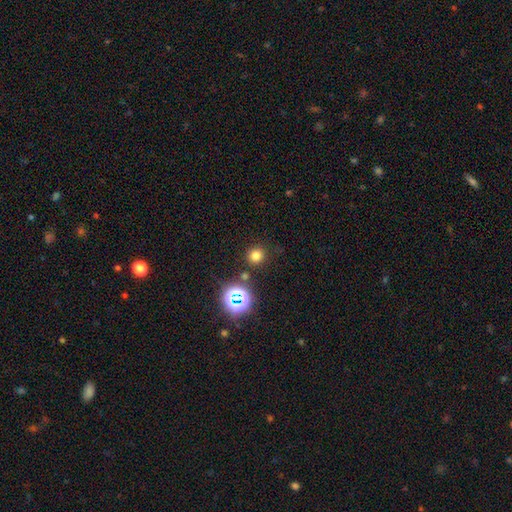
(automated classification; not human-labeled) smooth-or-featured: smooth: 73% | star or artifact: 21% | featured or disk: 6%
  how-rounded: round: 90% | in between: 9% | cigar-shaped: 1%
  merging: none: 85% | minor disturbance: 7% | merger: 5% | major disturbance: 3%